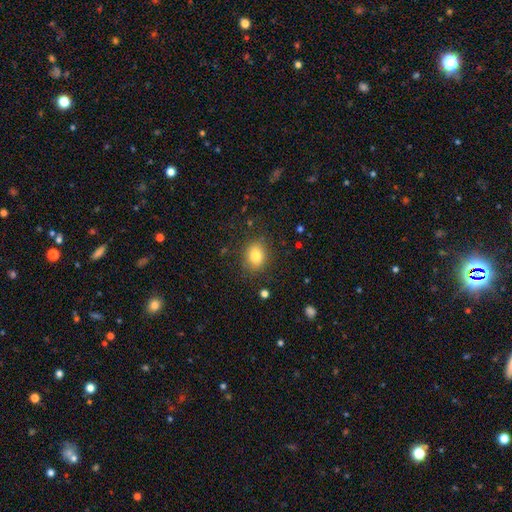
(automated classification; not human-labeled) Smooth or featured? smooth (82%)
How rounded? in between (53%)
Merging? none (83%)